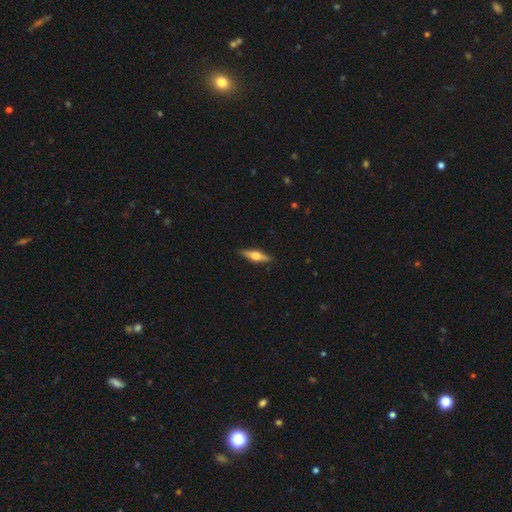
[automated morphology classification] This is possibly a featured or disk galaxy (54%). It is clearly viewed edge-on (96%). Edge-on bulge: clearly rounded (92%). Merging: clearly none (90%).